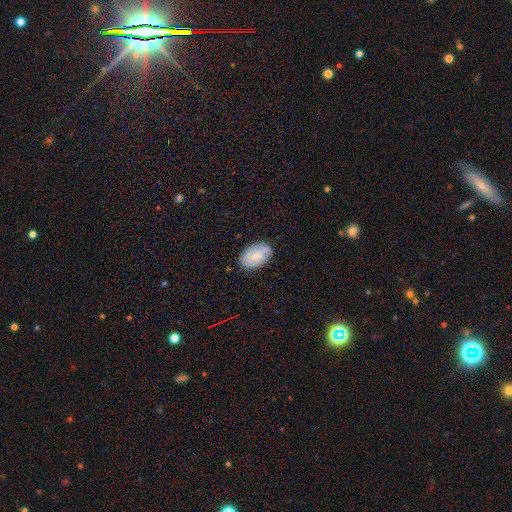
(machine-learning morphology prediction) Smooth or featured? Predicted: featured or disk (p=0.52). Edge-on disk? Predicted: no (p=0.96). Bar? Predicted: no (p=0.50). Spiral arms? Predicted: yes (p=0.84). Bulge size? Predicted: small (p=0.61). Merging? Predicted: none (p=0.79).